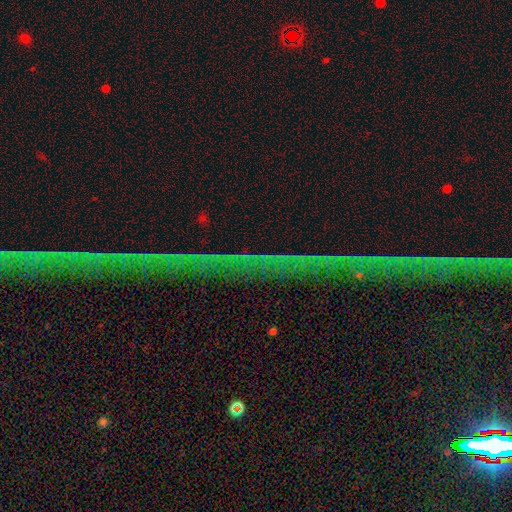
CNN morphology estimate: Overall: star or artifact (76%).